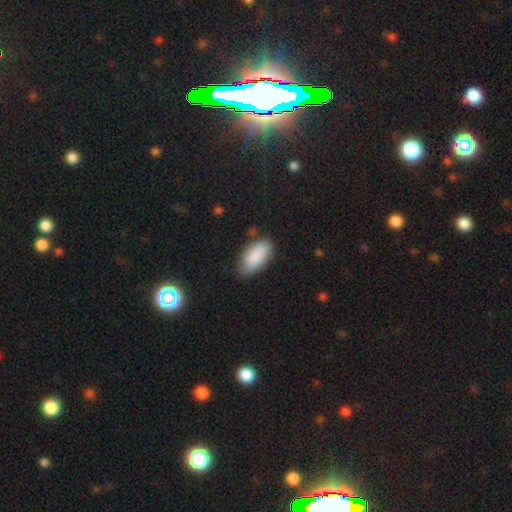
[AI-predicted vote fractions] smooth_or_featured: smooth (p=0.88) [alt: star or artifact p=0.06]
how_rounded: in between (p=0.93) [alt: cigar-shaped p=0.04]
merging: none (p=0.73) [alt: minor disturbance p=0.21]